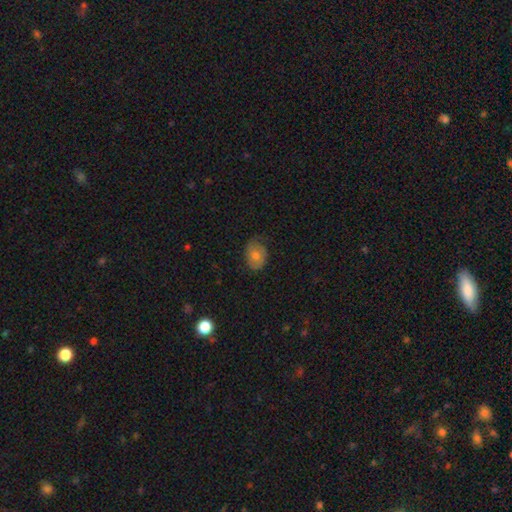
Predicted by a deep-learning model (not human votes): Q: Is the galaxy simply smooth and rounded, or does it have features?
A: smooth — 55%.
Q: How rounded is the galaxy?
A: in between — 66%.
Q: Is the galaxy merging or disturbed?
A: none — 68%.